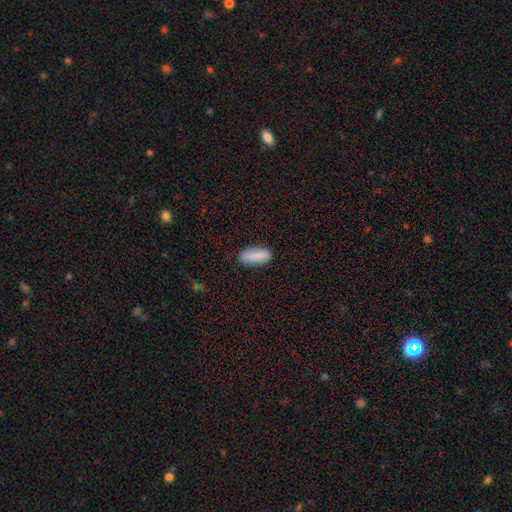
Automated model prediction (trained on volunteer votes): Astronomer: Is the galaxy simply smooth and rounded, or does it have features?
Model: smooth — 85%.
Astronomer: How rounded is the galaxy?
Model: in between — 77%.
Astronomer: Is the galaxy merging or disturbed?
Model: none — 83%.